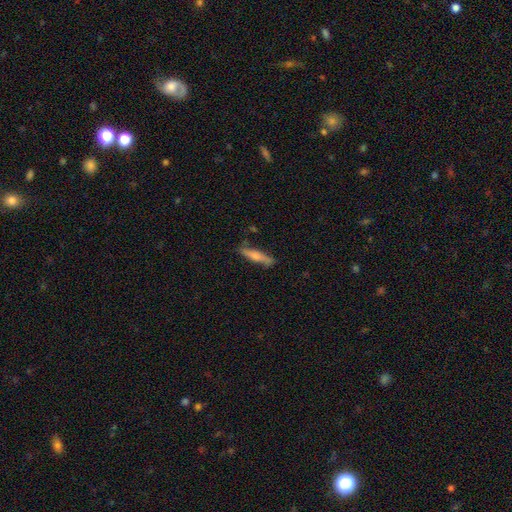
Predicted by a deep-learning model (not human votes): smooth-or-featured: smooth: 64% | featured or disk: 30% | star or artifact: 6%
  how-rounded: cigar-shaped: 83% | in between: 15% | round: 2%
  merging: none: 75% | minor disturbance: 18% | major disturbance: 4% | merger: 3%